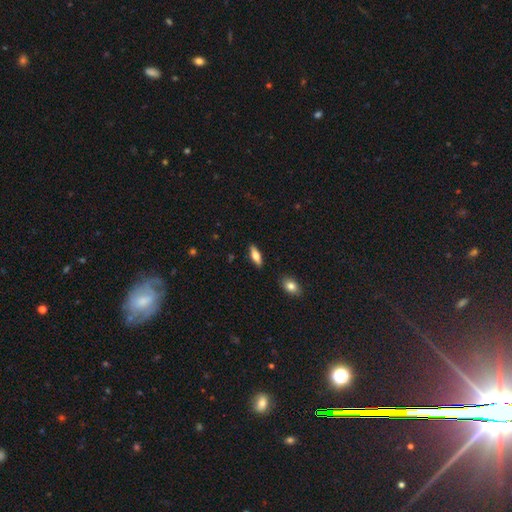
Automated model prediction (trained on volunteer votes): Smooth or featured: smooth — 63% (featured or disk — 31%)
How rounded: in between — 62% (cigar-shaped — 35%)
Merging: none — 88% (minor disturbance — 9%)